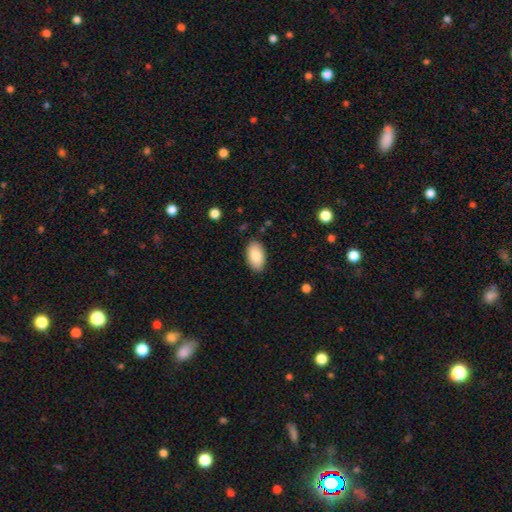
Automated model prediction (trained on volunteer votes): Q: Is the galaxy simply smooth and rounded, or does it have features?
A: smooth — 83%.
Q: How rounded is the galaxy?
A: in between — 94%.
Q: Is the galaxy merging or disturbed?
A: none — 87%.